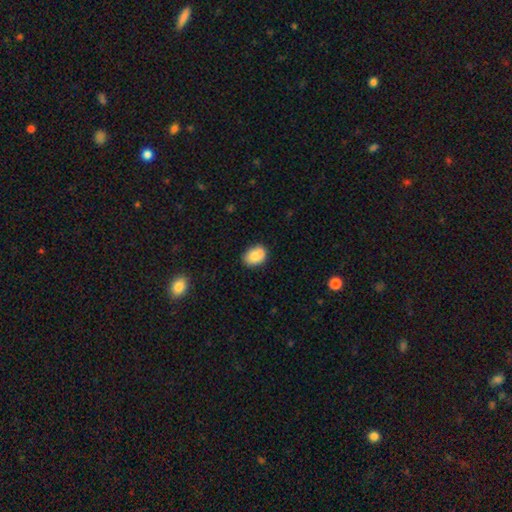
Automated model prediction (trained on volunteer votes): Smooth or featured? smooth (85%)
How rounded? in between (72%)
Merging? none (79%)